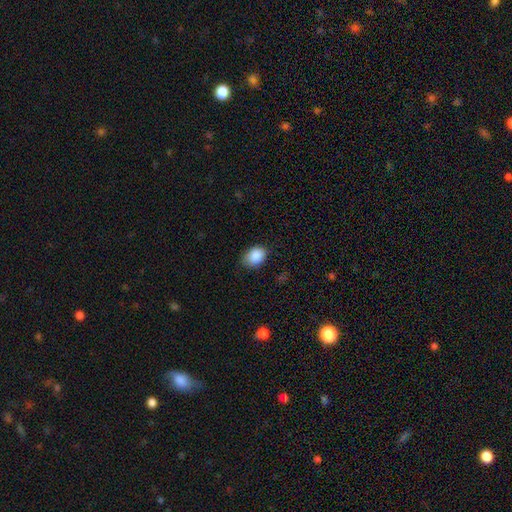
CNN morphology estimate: smooth 88%, star or artifact 8%, featured or disk 4%. Down the decision tree: how rounded — in between (70%); merging — none (73%).